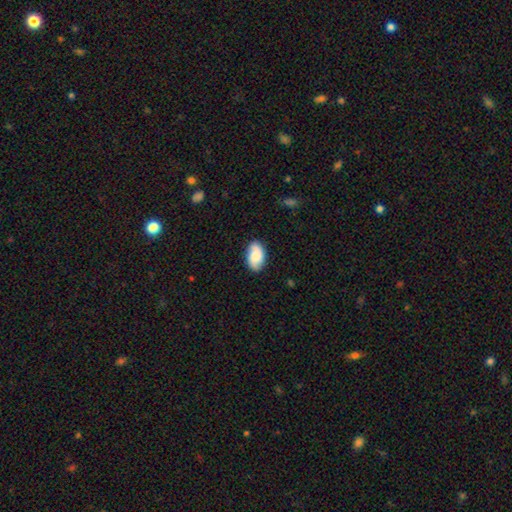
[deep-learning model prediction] Morphology: type=smooth (69%); roundness=in between (93%); merging=none (83%).